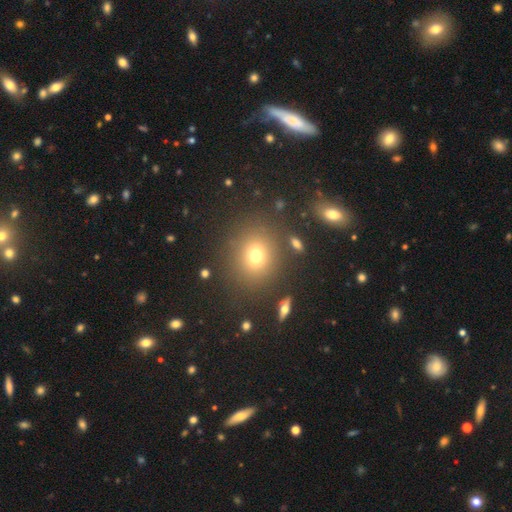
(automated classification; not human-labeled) Smooth or featured? smooth (72%)
How rounded? round (76%)
Merging? none (84%)